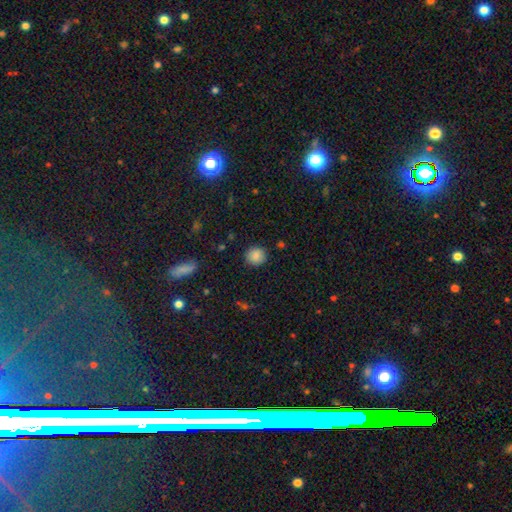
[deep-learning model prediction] Smooth or featured: smooth — 85% (star or artifact — 9%)
How rounded: round — 87% (in between — 12%)
Merging: none — 88% (minor disturbance — 9%)